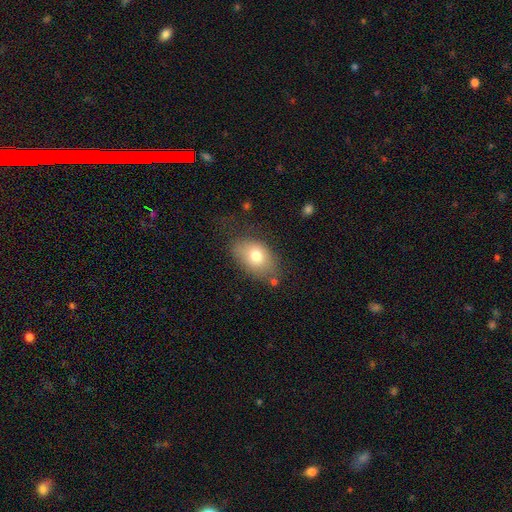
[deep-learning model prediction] This is likely a smooth galaxy (76%). How rounded: clearly in between (85%). Merging: likely none (63%).